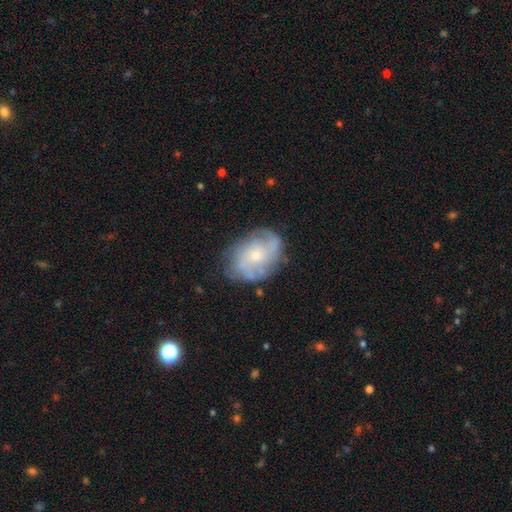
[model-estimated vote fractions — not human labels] smooth-or-featured: featured or disk: 75% | smooth: 18% | star or artifact: 7%
  disk-edge-on: no: 97% | yes: 3%
    bar: no: 73% | weak: 24% | strong: 4%
    has-spiral-arms: yes: 88% | no: 12%
      spiral-winding: medium: 42% | tight: 36% | loose: 22%
      spiral-arm-count: 2: 44% | can't tell: 29% | 3: 14% | 4: 5% | 1: 5% | more than 4: 4%
    bulge-size: small: 62% | moderate: 33% | none: 2% | large: 2% | dominant: 1%
  merging: none: 70% | minor disturbance: 20% | major disturbance: 8% | merger: 2%